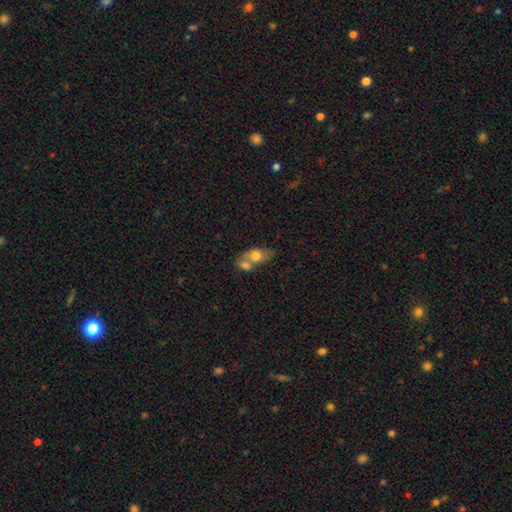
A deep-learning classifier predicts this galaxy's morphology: Q: Smooth or featured?
A: smooth (69%); runner-up: featured or disk (24%)
Q: How rounded?
A: in between (78%); runner-up: round (16%)
Q: Merging?
A: merger (61%); runner-up: none (25%)